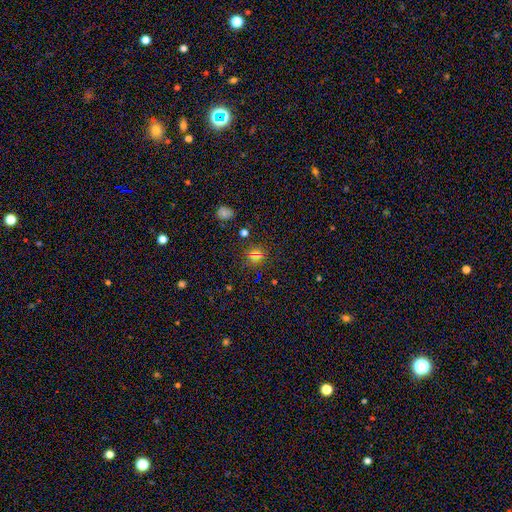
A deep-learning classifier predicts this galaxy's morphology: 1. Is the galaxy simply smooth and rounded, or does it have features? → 60% smooth, 32% star or artifact, 8% featured or disk.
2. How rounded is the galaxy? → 85% round, 14% in between, 1% cigar-shaped.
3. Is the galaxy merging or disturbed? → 85% none, 8% minor disturbance, 4% major disturbance, 3% merger.